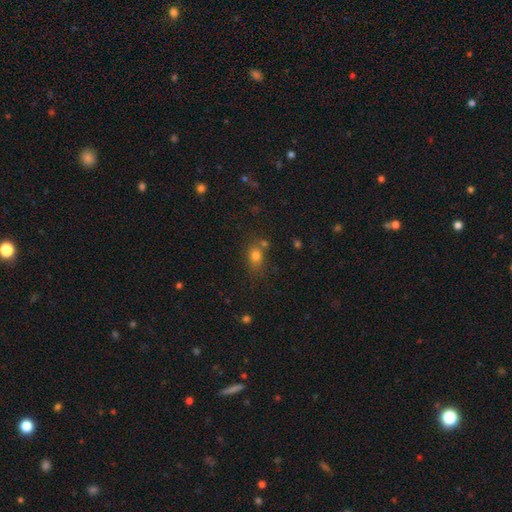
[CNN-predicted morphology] Smooth or featured?
  - smooth: 77% *
  - star or artifact: 14%
  - featured or disk: 9%
How rounded?
  - in between: 60% *
  - round: 38%
  - cigar-shaped: 2%
Merging?
  - none: 62% *
  - minor disturbance: 16%
  - merger: 16%
  - major disturbance: 6%